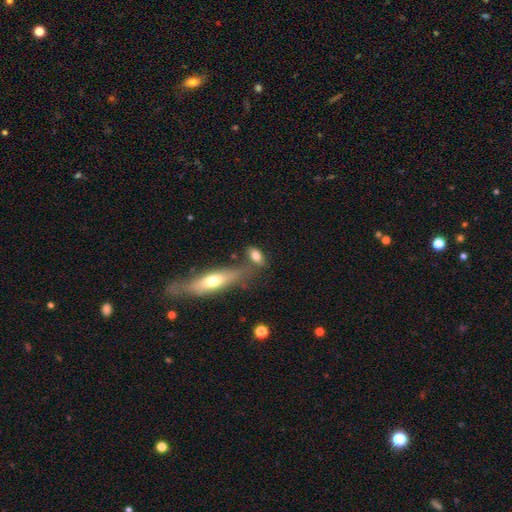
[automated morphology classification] Smooth or featured: smooth — 77% (featured or disk — 15%)
How rounded: in between — 76% (cigar-shaped — 15%)
Merging: none — 59% (merger — 19%)